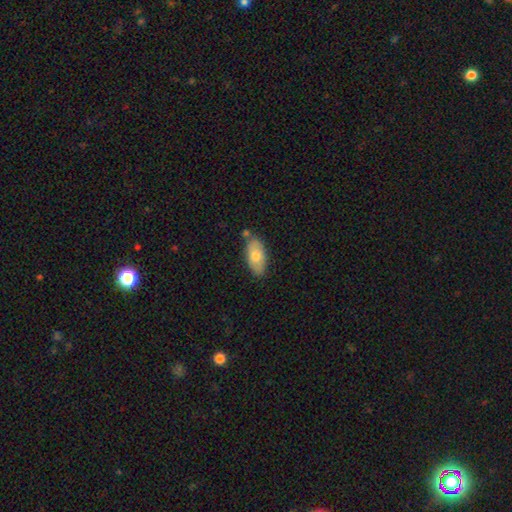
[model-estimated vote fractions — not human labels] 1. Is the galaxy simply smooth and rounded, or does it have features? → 71% smooth, 23% featured or disk, 6% star or artifact.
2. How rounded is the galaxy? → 92% in between, 4% cigar-shaped, 3% round.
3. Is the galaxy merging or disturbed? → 70% none, 18% minor disturbance, 9% merger, 4% major disturbance.